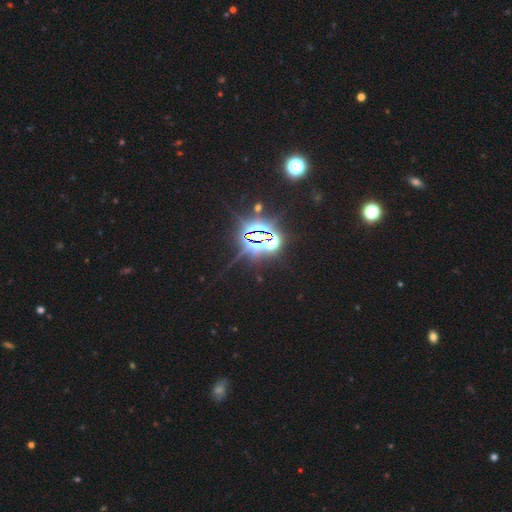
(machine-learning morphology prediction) smooth-or-featured: star or artifact: 85% | smooth: 8% | featured or disk: 7%